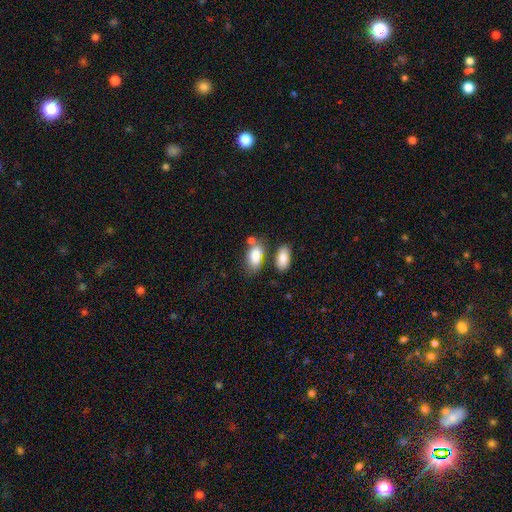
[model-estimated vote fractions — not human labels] The model was most divided on "merging": none: 51%, merger: 26%, minor disturbance: 17%, major disturbance: 7%. More confident: how rounded — in between (91%); smooth or featured — smooth (85%).